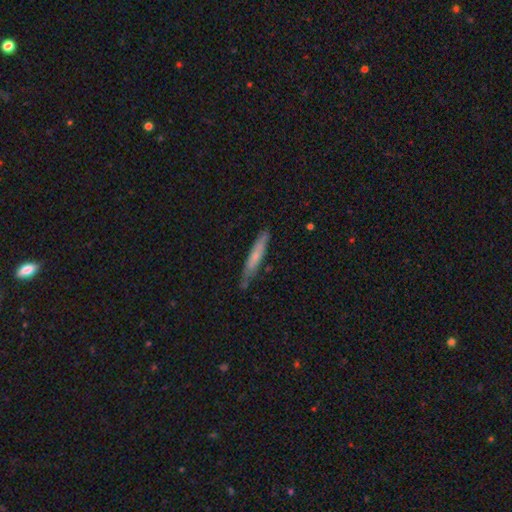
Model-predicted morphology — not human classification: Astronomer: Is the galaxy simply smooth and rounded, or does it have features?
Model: smooth — 58% (runner-up: featured or disk, 36%).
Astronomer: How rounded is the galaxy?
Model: cigar-shaped — 92%.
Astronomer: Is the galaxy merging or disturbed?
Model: none — 78%.